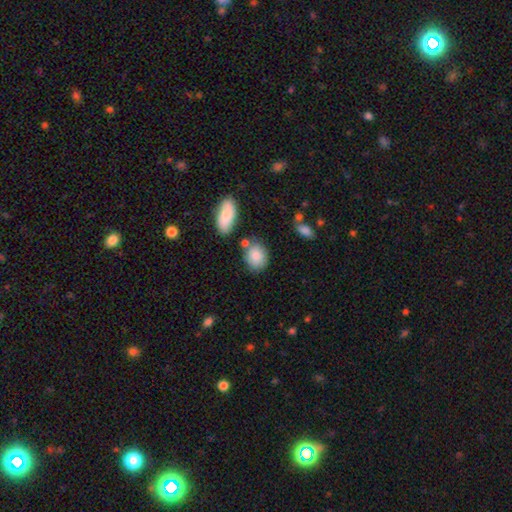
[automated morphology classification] Overall: smooth (84%). How rounded: in between (57%; round 42%). Merging: none (66%).